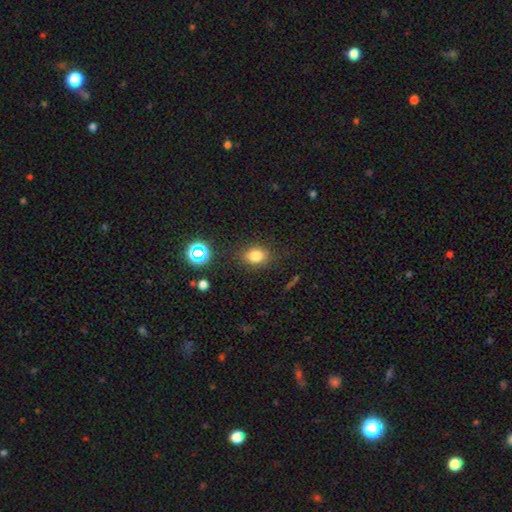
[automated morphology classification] Smooth or featured? Predicted: smooth (p=0.77). How rounded? Predicted: in between (p=0.60). Merging? Predicted: none (p=0.83).